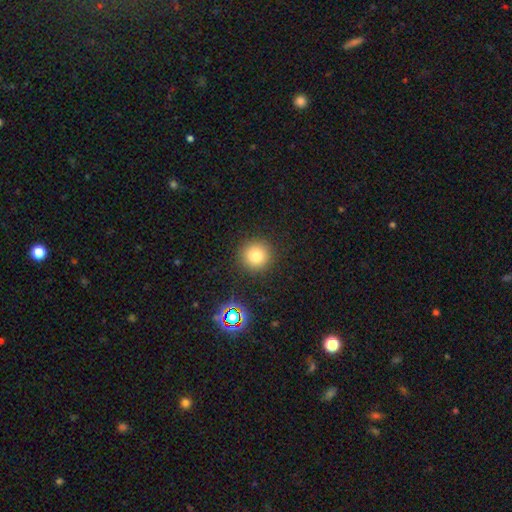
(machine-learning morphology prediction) smooth 79%, star or artifact 14%, featured or disk 7%. Down the decision tree: how rounded — round (95%); merging — none (90%).